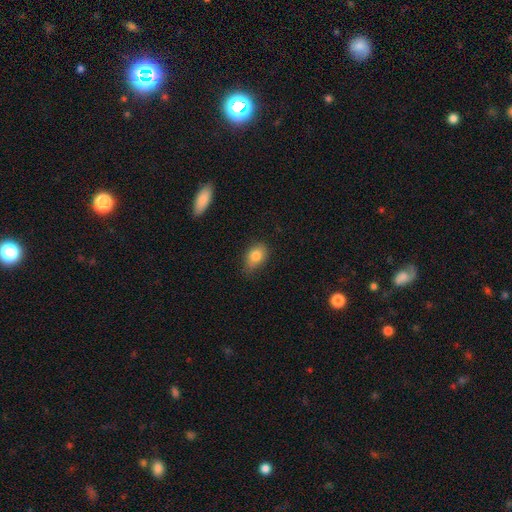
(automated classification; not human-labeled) Smooth or featured? Predicted: smooth (p=0.82). How rounded? Predicted: in between (p=0.72). Merging? Predicted: none (p=0.63).